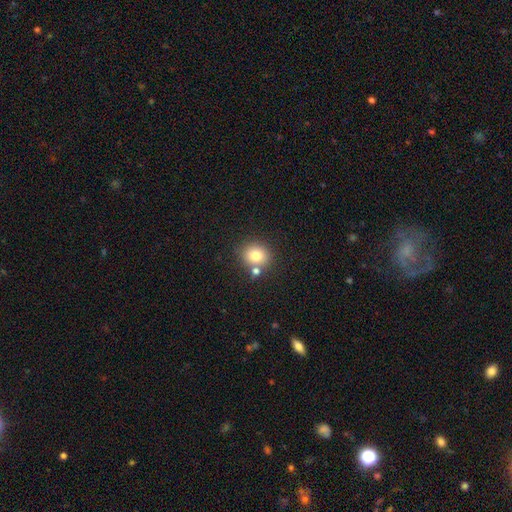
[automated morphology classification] type=smooth (78%); roundness=round (77%); merging=none (70%).